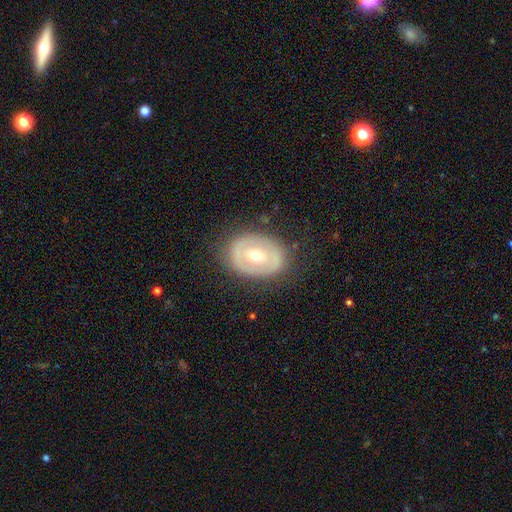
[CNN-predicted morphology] The model was most divided on "bulge size": moderate: 54%, small: 42%, large: 2%, none: 1%, dominant: 1%. More confident: edge-on disk — no (94%); spiral arms — no (81%); merging — none (79%); bar — no (70%); smooth or featured — featured or disk (60%).